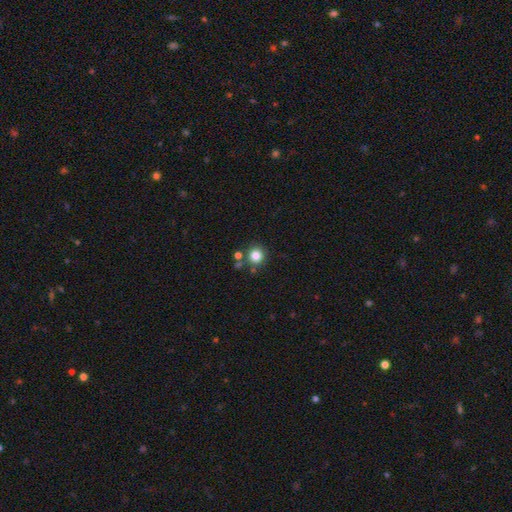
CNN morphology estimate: This appears to be a smooth galaxy with no disk features (83%) that is round (93%). Merging: none (79%).